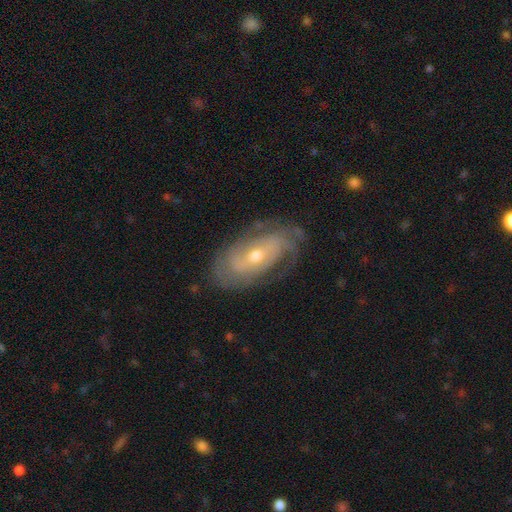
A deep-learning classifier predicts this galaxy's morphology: type=featured or disk (82%); edge-on=no (93%); bar=no (56%); spiral arms=yes (91%); winding=tight (59%); arm count=2 (37%); bulge=moderate (58%); merging=none (74%).